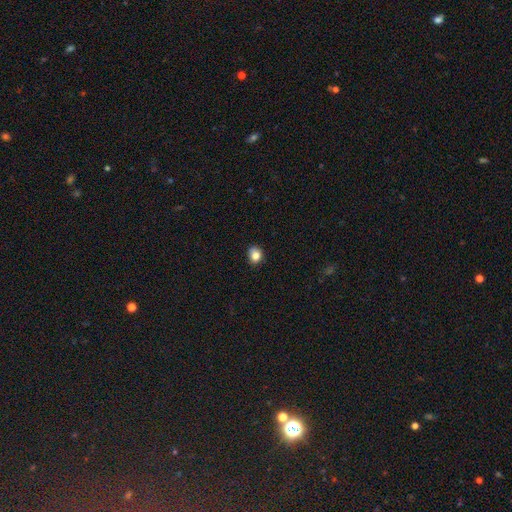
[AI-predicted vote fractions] The model was most divided on "how rounded": round: 63%, in between: 36%, cigar-shaped: 1%. More confident: merging — none (83%); smooth or featured — smooth (82%).